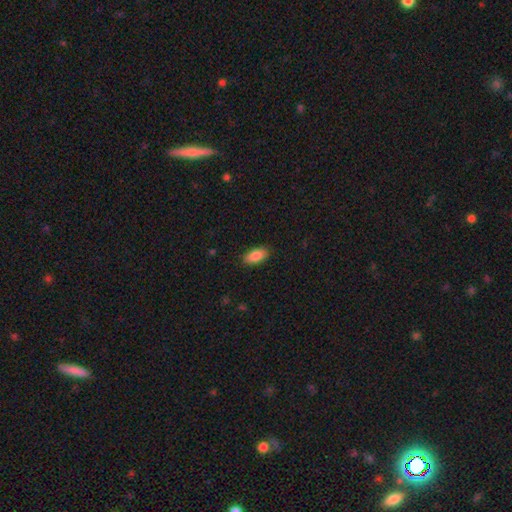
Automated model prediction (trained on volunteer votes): Smooth or featured?
  - smooth: 86% *
  - featured or disk: 7%
  - star or artifact: 7%
How rounded?
  - in between: 91% *
  - cigar-shaped: 7%
  - round: 2%
Merging?
  - none: 88% *
  - minor disturbance: 9%
  - major disturbance: 2%
  - merger: 1%